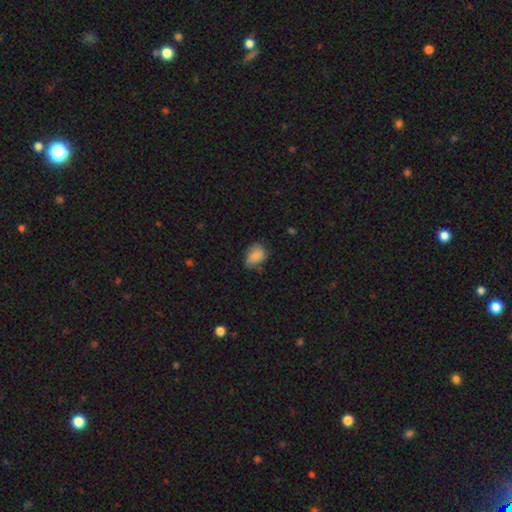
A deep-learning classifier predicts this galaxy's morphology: A smooth galaxy with no disk features (82%) that is in between round and cigar-shaped (79%). Merging: none (51%).